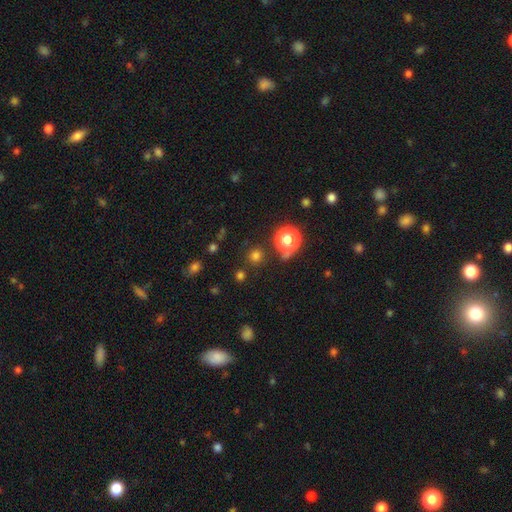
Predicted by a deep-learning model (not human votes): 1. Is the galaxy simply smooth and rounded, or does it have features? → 72% smooth, 23% star or artifact, 5% featured or disk.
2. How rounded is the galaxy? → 94% round, 5% in between, 1% cigar-shaped.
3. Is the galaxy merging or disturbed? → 85% none, 8% minor disturbance, 4% merger, 3% major disturbance.